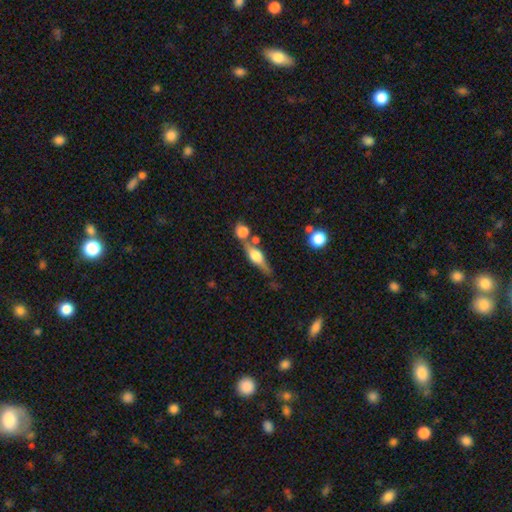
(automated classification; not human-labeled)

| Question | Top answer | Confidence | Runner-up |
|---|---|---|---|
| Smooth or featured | featured or disk | 64% | smooth (30%) |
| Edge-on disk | yes | 93% | no (7%) |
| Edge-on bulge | rounded | 91% | boxy (7%) |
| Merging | none | 62% | merger (20%) |